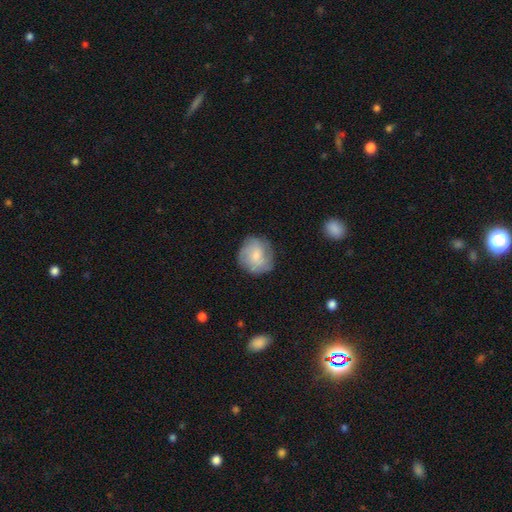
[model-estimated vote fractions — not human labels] smooth-or-featured: smooth: 54% | featured or disk: 39% | star or artifact: 8%
  how-rounded: round: 90% | in between: 9% | cigar-shaped: 1%
  merging: none: 79% | minor disturbance: 15% | major disturbance: 5% | merger: 1%